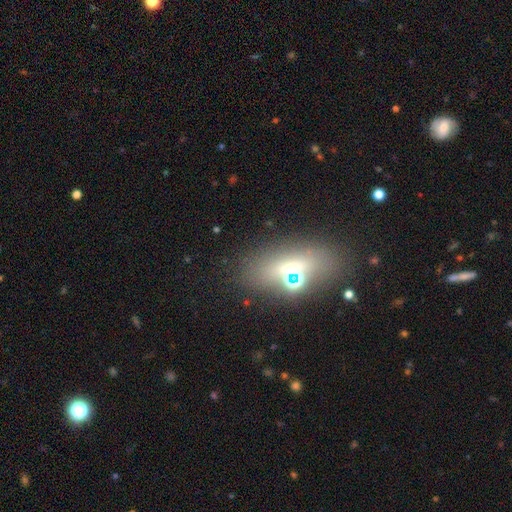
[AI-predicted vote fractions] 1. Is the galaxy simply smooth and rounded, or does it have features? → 49% smooth, 31% featured or disk, 20% star or artifact.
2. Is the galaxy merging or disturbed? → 62% none, 16% minor disturbance, 14% merger, 8% major disturbance.